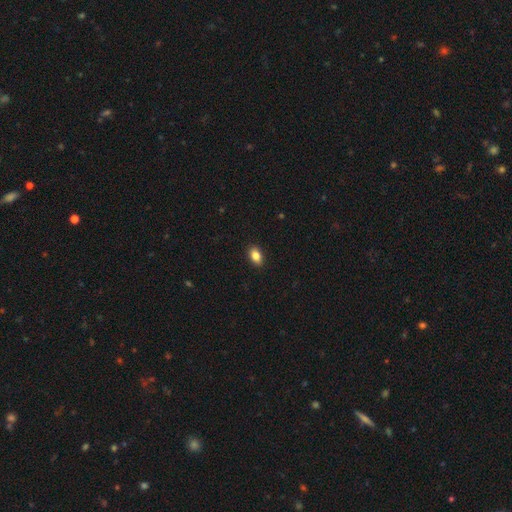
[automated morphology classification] Smooth or featured? Predicted: smooth (p=0.85). How rounded? Predicted: in between (p=0.86). Merging? Predicted: none (p=0.89).